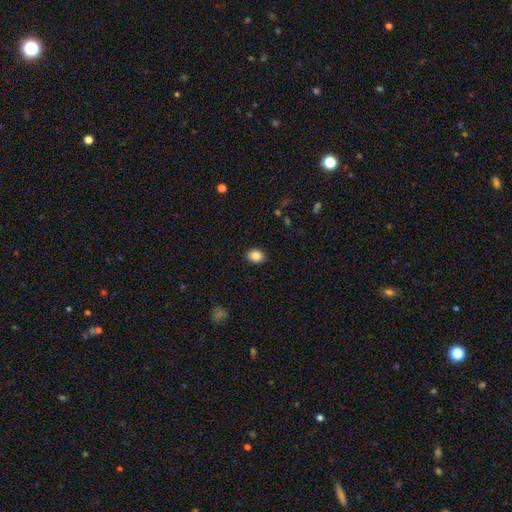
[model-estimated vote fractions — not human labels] Q: Smooth or featured?
A: smooth (87%); runner-up: star or artifact (9%)
Q: How rounded?
A: in between (57%); runner-up: round (42%)
Q: Merging?
A: none (89%); runner-up: minor disturbance (8%)